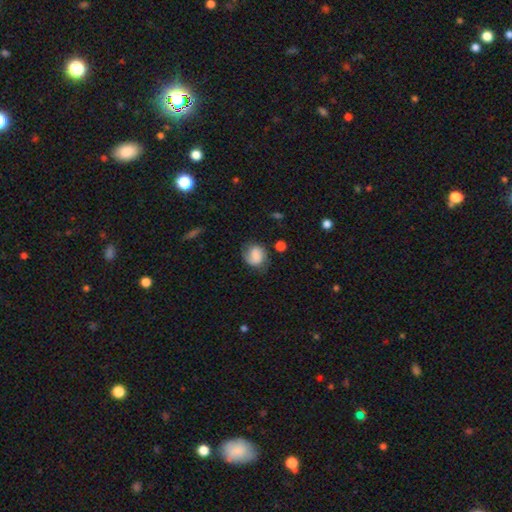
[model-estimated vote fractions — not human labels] smooth_or_featured: smooth (p=0.60) [alt: featured or disk p=0.31]
how_rounded: round (p=0.65) [alt: in between p=0.34]
merging: none (p=0.56) [alt: minor disturbance p=0.26]